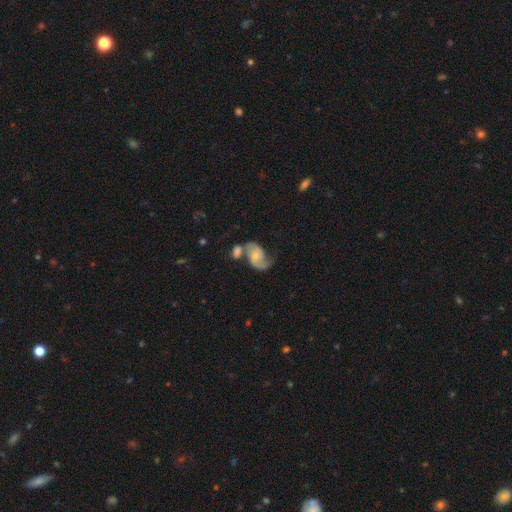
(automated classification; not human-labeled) Q: Smooth or featured?
A: featured or disk (77%); runner-up: smooth (17%)
Q: Edge-on disk?
A: no (97%); runner-up: yes (3%)
Q: Bar?
A: no (59%); runner-up: weak (33%)
Q: Spiral arms?
A: yes (93%); runner-up: no (7%)
Q: Spiral winding?
A: medium (44%); runner-up: loose (41%)
Q: Spiral arm count?
A: 2 (79%); runner-up: 1 (13%)
Q: Bulge size?
A: small (48%); runner-up: moderate (42%)
Q: Merging?
A: merger (38%); runner-up: none (33%)